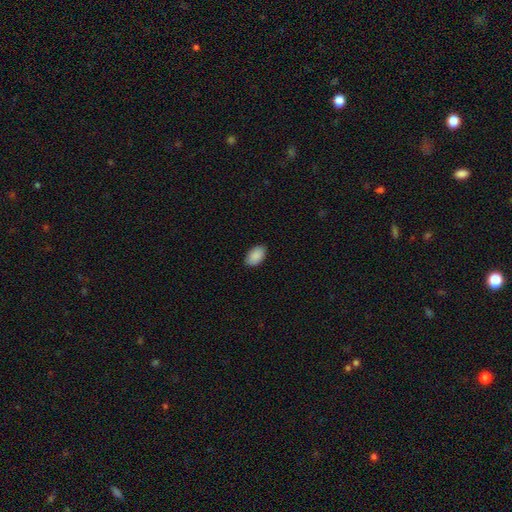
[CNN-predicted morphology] Q: Smooth or featured?
A: smooth (91%); runner-up: star or artifact (6%)
Q: How rounded?
A: in between (94%); runner-up: round (5%)
Q: Merging?
A: none (88%); runner-up: minor disturbance (9%)